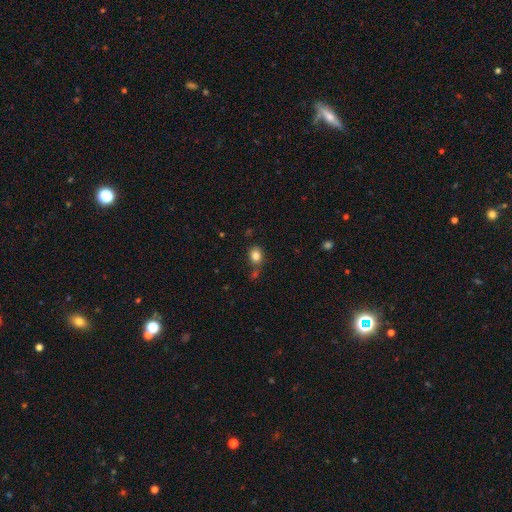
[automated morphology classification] A smooth galaxy with no disk features (83%) that is round (64%). Merging: none (71%).